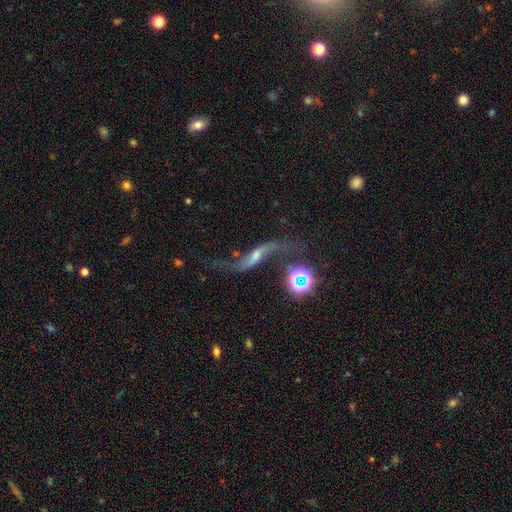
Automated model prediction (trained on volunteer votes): Q: Smooth or featured?
A: featured or disk (75%); runner-up: star or artifact (13%)
Q: Edge-on disk?
A: no (85%); runner-up: yes (15%)
Q: Bar?
A: no (36%); runner-up: weak (35%)
Q: Spiral arms?
A: yes (92%); runner-up: no (8%)
Q: Spiral winding?
A: loose (95%); runner-up: medium (3%)
Q: Spiral arm count?
A: 2 (91%); runner-up: 1 (4%)
Q: Bulge size?
A: small (38%); runner-up: moderate (34%)
Q: Merging?
A: none (53%); runner-up: major disturbance (18%)